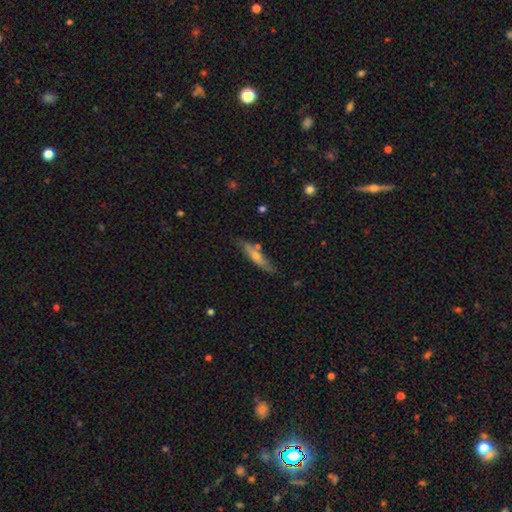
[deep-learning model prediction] smooth-or-featured: smooth: 48% | featured or disk: 45% | star or artifact: 7%
  merging: none: 76% | minor disturbance: 16% | merger: 5% | major disturbance: 3%